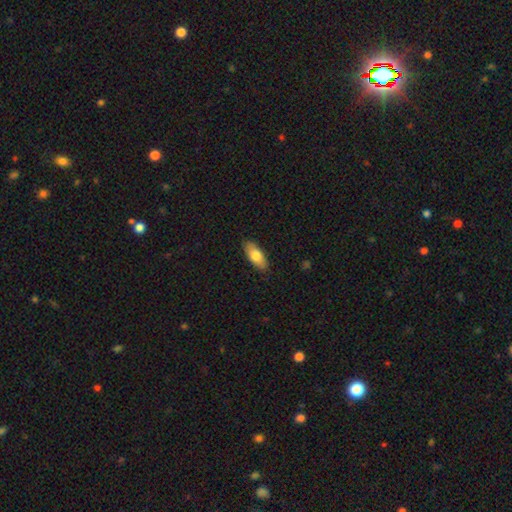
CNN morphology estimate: This appears to be a smooth galaxy with no disk features (76%) that is in between round and cigar-shaped (84%). Merging: none (87%).